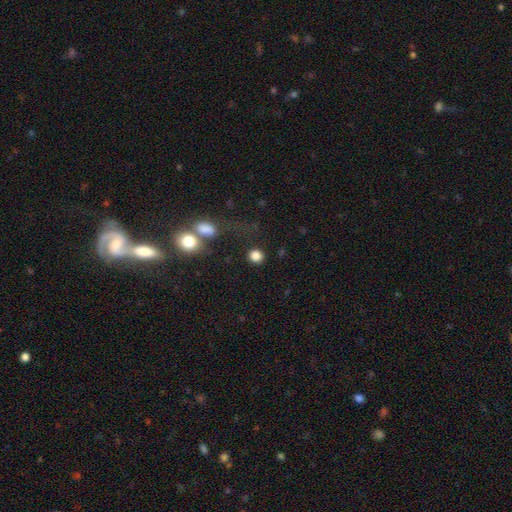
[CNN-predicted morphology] This is clearly a smooth galaxy (85%). How rounded: clearly round (82%). Merging: clearly none (81%).